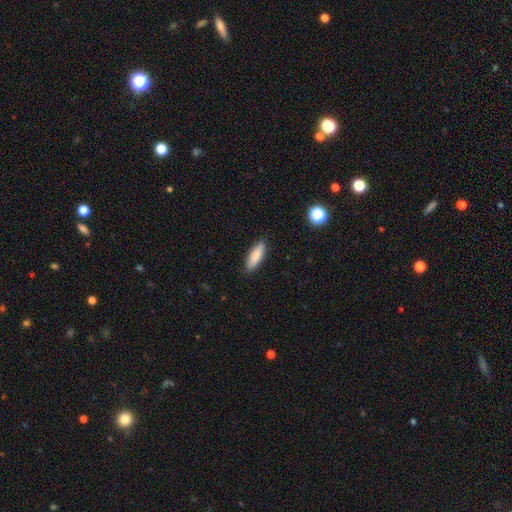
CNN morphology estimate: Smooth or featured: smooth — 85% (featured or disk — 9%)
How rounded: in between — 51% (cigar-shaped — 47%)
Merging: none — 88% (minor disturbance — 9%)